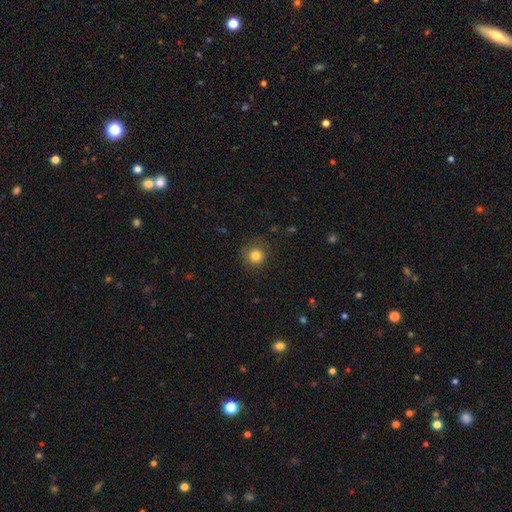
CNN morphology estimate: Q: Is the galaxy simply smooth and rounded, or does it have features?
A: smooth — 82%.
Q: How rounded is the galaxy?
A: round — 93%.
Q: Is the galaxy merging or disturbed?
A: none — 87%.